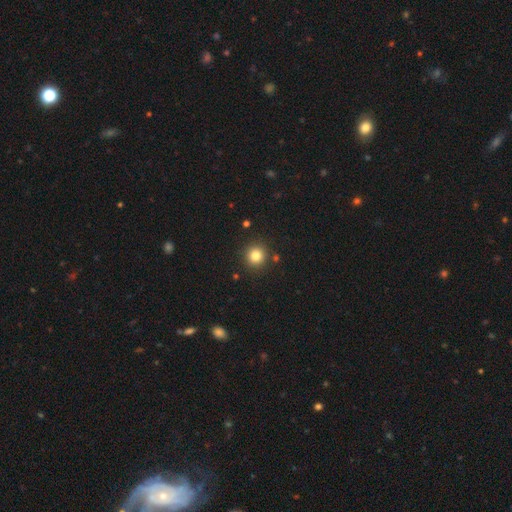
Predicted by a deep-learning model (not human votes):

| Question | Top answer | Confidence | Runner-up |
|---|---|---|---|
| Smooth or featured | smooth | 82% | star or artifact (12%) |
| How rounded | round | 94% | in between (5%) |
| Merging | none | 89% | minor disturbance (6%) |